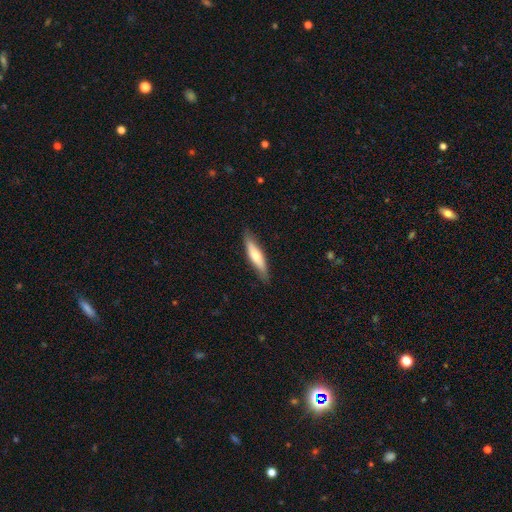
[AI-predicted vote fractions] Smooth or featured: smooth — 58% (featured or disk — 36%)
How rounded: cigar-shaped — 76% (in between — 22%)
Merging: none — 84% (minor disturbance — 12%)